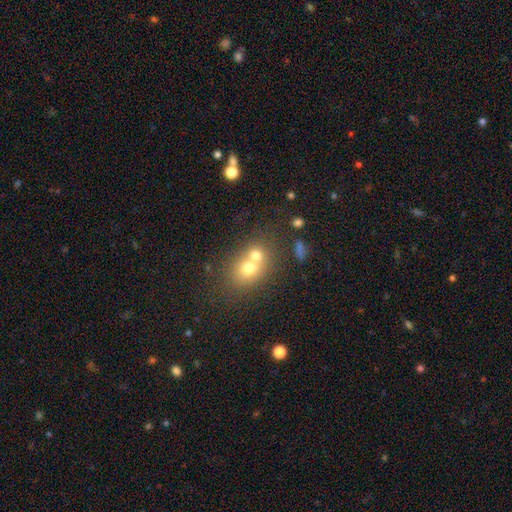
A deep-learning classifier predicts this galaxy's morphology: This appears to be a smooth galaxy with no disk features (67%) that is round (61%). Merging: merger (63%).